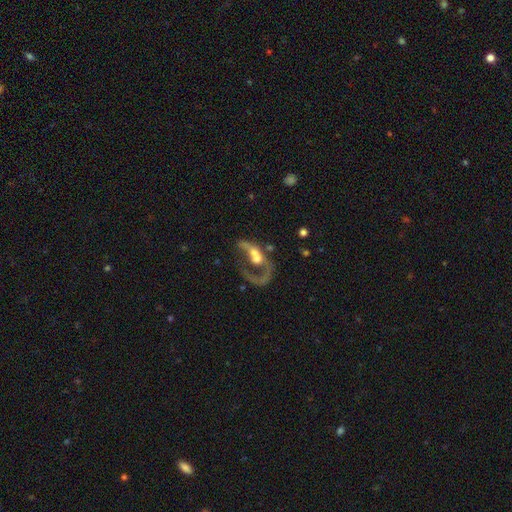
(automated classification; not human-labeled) featured or disk 66%, smooth 25%, star or artifact 10%. Down the decision tree: edge-on disk — no (94%); bar — no (77%); spiral arms — no (56%); bulge size — moderate (52%); merging — merger (40%).